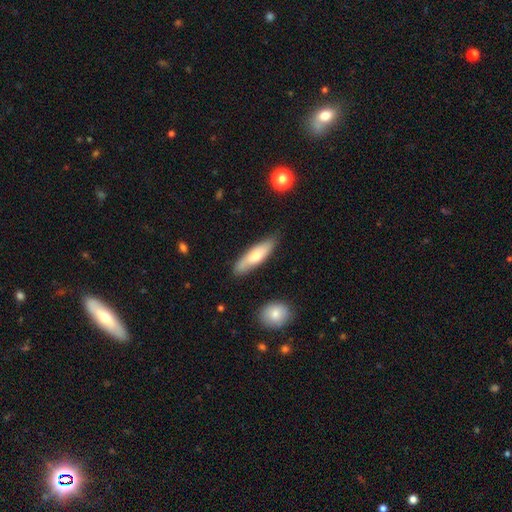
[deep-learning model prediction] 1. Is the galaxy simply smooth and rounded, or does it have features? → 66% smooth, 28% featured or disk, 6% star or artifact.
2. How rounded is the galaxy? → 56% cigar-shaped, 42% in between, 2% round.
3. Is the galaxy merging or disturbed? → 78% none, 16% minor disturbance, 3% major disturbance, 3% merger.